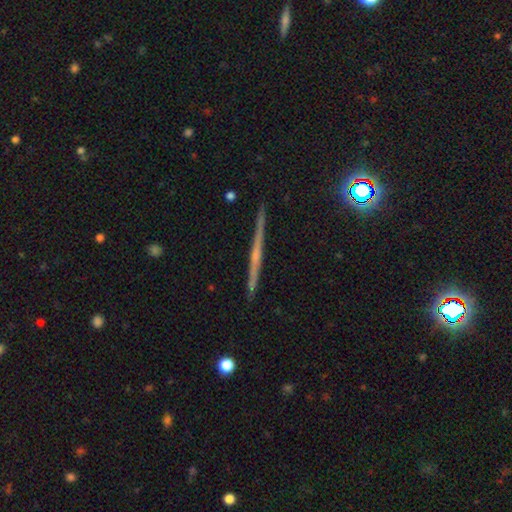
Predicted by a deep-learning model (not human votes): This is likely a featured or disk galaxy (70%). It is clearly viewed edge-on (98%). Edge-on bulge: possibly none (46%, tied with rounded). Merging: clearly none (91%).